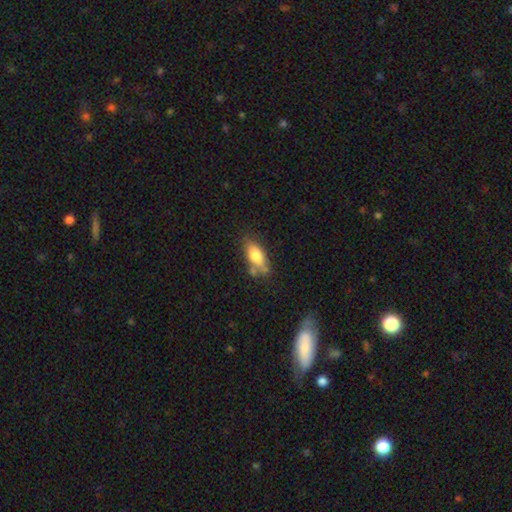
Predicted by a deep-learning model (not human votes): smooth_or_featured: smooth (p=0.74) [alt: featured or disk p=0.19]
how_rounded: in between (p=0.80) [alt: cigar-shaped p=0.16]
merging: none (p=0.58) [alt: minor disturbance p=0.23]